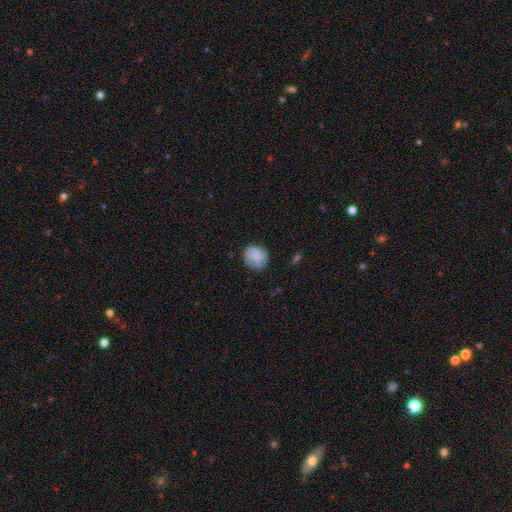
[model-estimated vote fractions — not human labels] Smooth or featured? Predicted: smooth (p=0.75). How rounded? Predicted: round (p=0.85). Merging? Predicted: none (p=0.77).